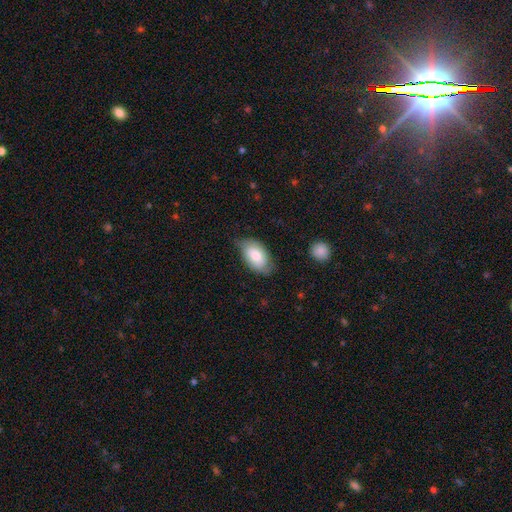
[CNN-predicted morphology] Smooth or featured? smooth (75%)
How rounded? in between (93%)
Merging? none (64%)